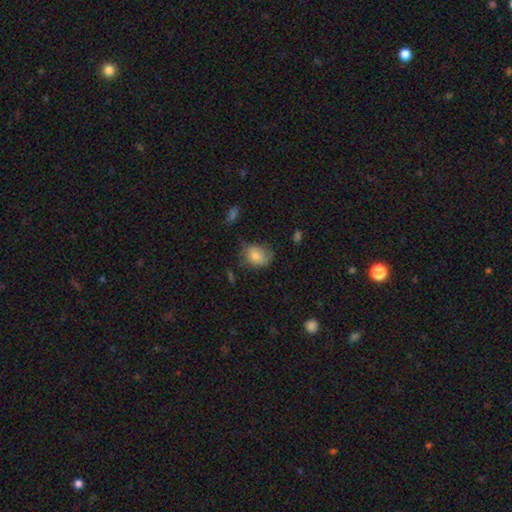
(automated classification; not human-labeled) Morphology: type=smooth (73%); roundness=in between (56%); merging=none (51%).